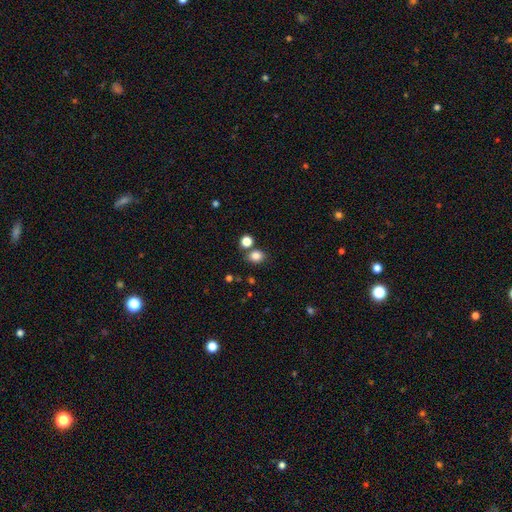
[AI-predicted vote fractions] Smooth or featured? Predicted: smooth (p=0.83). How rounded? Predicted: round (p=0.54). Merging? Predicted: none (p=0.70).